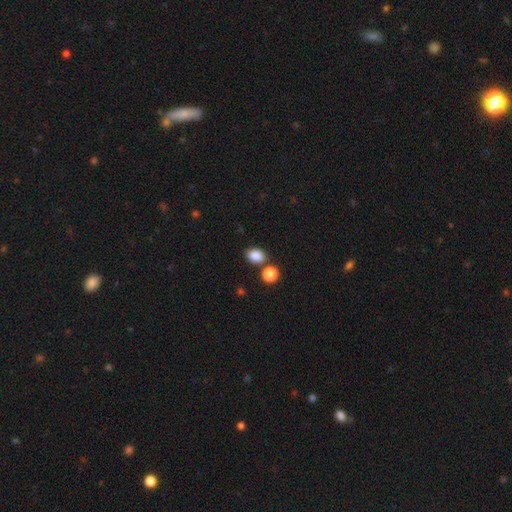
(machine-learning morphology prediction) Smooth or featured? smooth (87%)
How rounded? in between (69%)
Merging? none (74%)